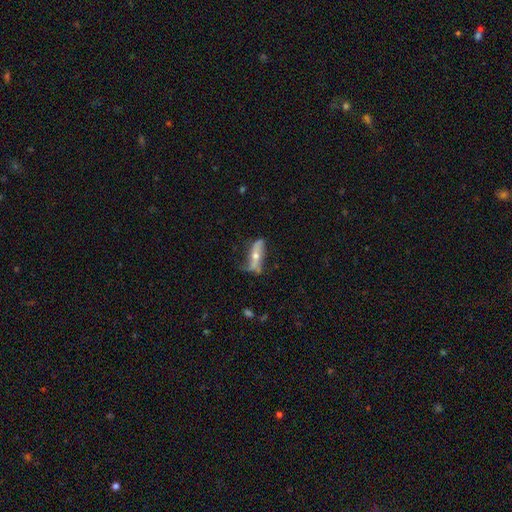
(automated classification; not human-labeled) Smooth or featured: featured or disk — 63% (smooth — 30%)
Edge-on disk: no — 62% (yes — 38%)
Merging: none — 48% (minor disturbance — 30%)